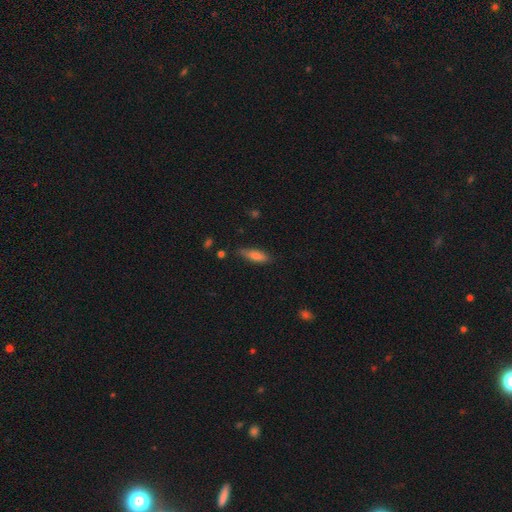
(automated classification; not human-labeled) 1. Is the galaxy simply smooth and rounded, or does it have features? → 74% smooth, 19% featured or disk, 7% star or artifact.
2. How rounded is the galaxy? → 61% cigar-shaped, 37% in between, 2% round.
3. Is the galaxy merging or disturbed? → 79% none, 16% minor disturbance, 3% major disturbance, 2% merger.